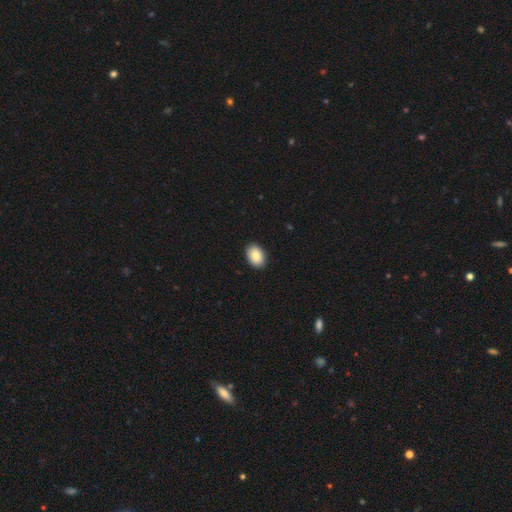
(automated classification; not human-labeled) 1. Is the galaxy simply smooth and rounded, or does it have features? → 86% smooth, 7% featured or disk, 7% star or artifact.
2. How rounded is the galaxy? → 83% in between, 16% round, 1% cigar-shaped.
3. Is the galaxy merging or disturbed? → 91% none, 7% minor disturbance, 2% major disturbance, 1% merger.